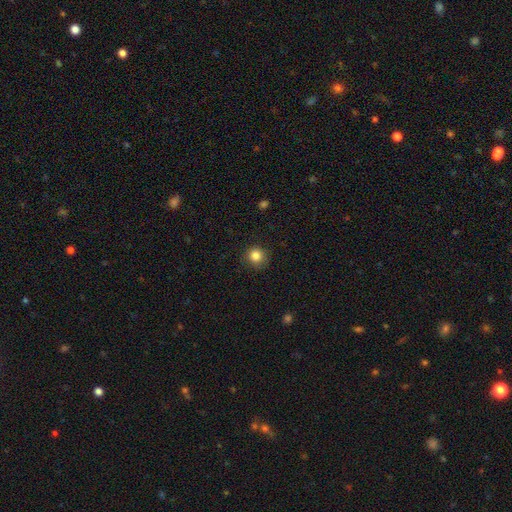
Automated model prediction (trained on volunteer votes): Morphology: type=smooth (84%); roundness=round (92%); merging=none (87%).